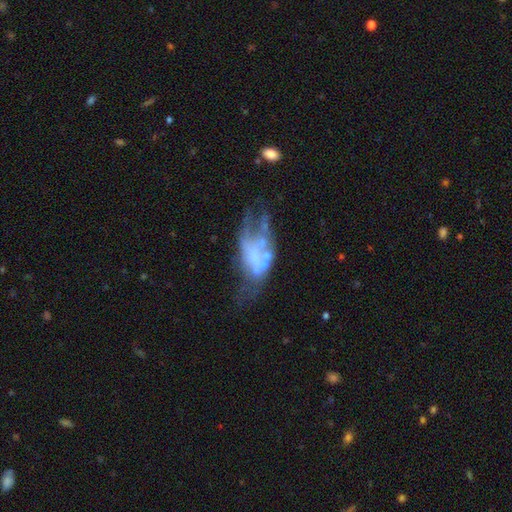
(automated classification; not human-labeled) This is likely a featured or disk galaxy (65%). It is clearly not viewed edge-on (95%). Bar: clearly no (84%). Spiral arm pattern: clearly no (81%). Central bulge: likely none (67%). Merging: marginally major disturbance (39%).